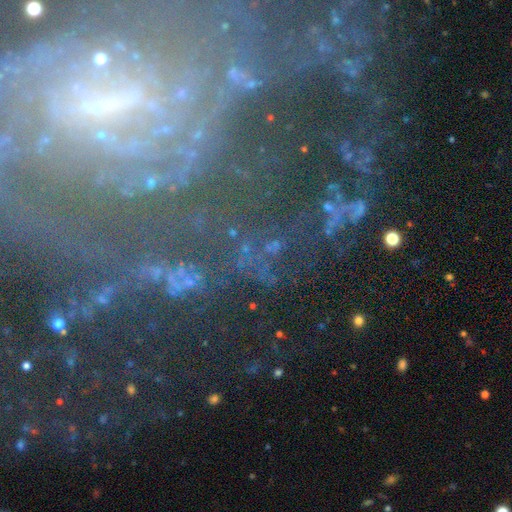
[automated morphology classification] A featured or disk galaxy (65%) with no bar (38%), tight (60%) spiral arms (85%) and a small central bulge (54%). Merging: none (63%).